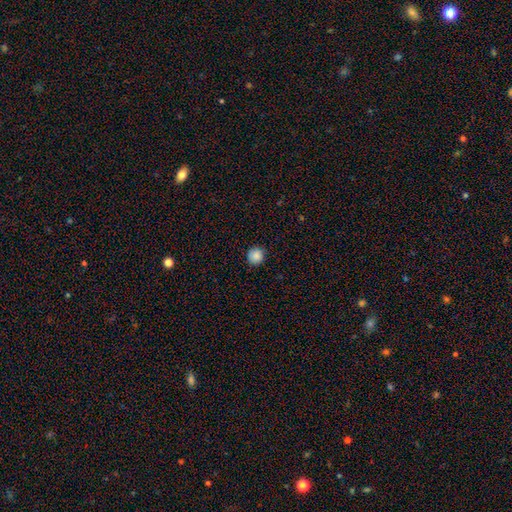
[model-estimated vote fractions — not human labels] Smooth or featured: smooth — 86% (star or artifact — 10%)
How rounded: round — 92% (in between — 7%)
Merging: none — 88% (minor disturbance — 9%)